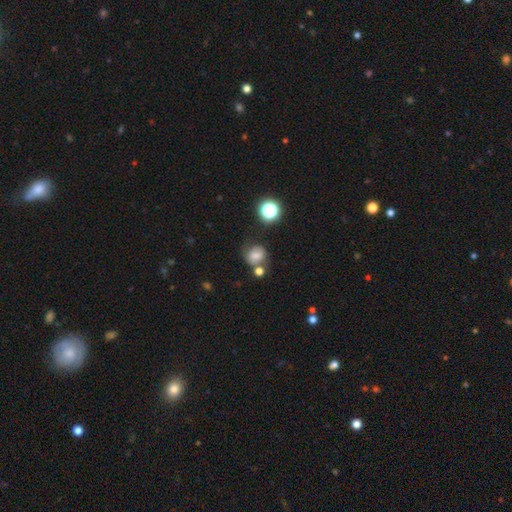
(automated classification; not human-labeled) smooth 69%, featured or disk 16%, star or artifact 15%. Down the decision tree: how rounded — round (76%); merging — none (57%).